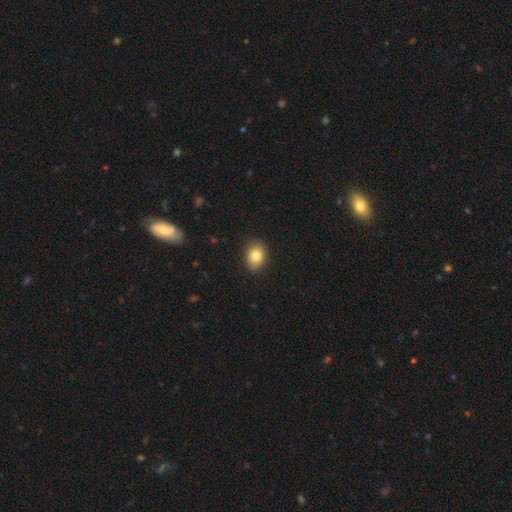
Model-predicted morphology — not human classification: Smooth or featured? smooth (82%)
How rounded? in between (61%)
Merging? none (86%)